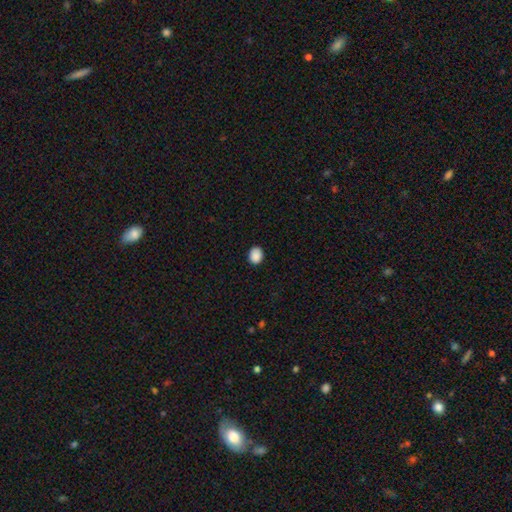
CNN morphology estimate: The model was most divided on "how rounded": round: 58%, in between: 41%, cigar-shaped: 1%. More confident: smooth or featured — smooth (88%); merging — none (87%).